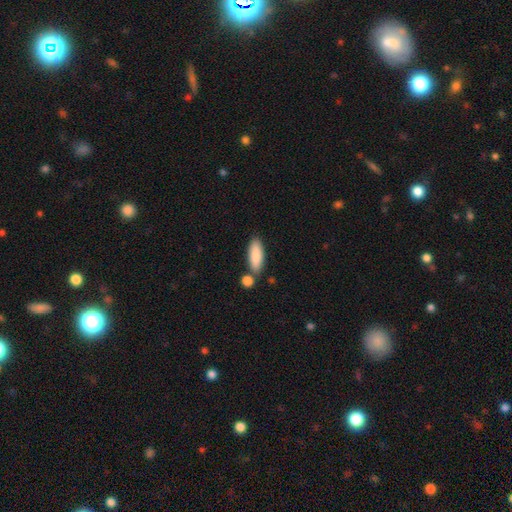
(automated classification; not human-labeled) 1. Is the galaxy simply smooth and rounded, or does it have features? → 87% smooth, 7% featured or disk, 6% star or artifact.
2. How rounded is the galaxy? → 71% in between, 27% cigar-shaped, 2% round.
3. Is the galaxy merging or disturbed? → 70% none, 15% merger, 12% minor disturbance, 3% major disturbance.